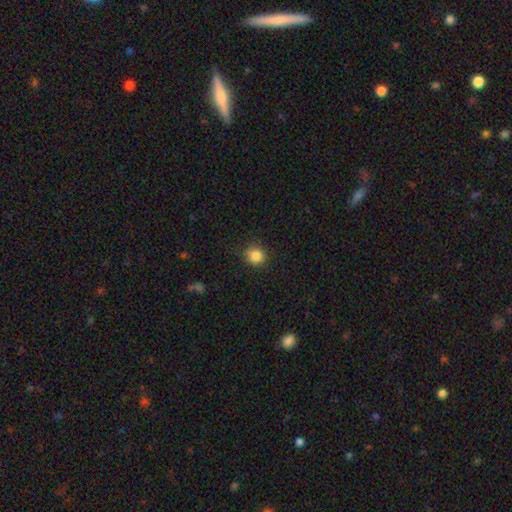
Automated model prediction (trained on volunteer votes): Overall: smooth (85%). How rounded: round (89%). Merging: none (84%).